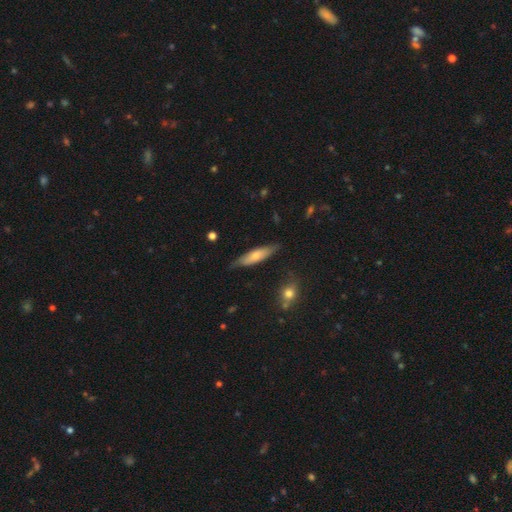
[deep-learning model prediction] Smooth or featured?
  - smooth: 61% *
  - featured or disk: 33%
  - star or artifact: 6%
How rounded?
  - cigar-shaped: 65% *
  - in between: 33%
  - round: 2%
Merging?
  - none: 75% *
  - minor disturbance: 20%
  - major disturbance: 3%
  - merger: 2%